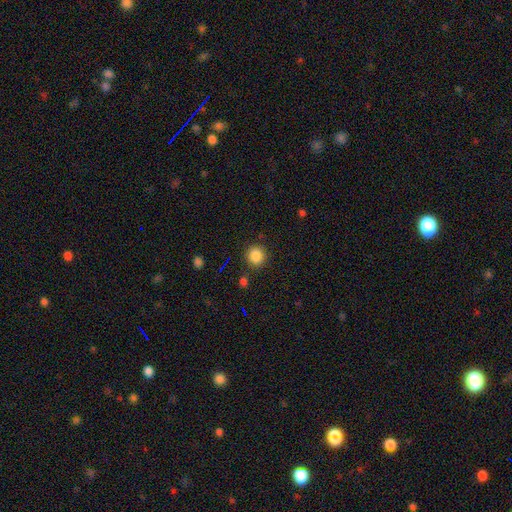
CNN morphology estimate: smooth_or_featured: smooth (p=0.85) [alt: star or artifact p=0.10]
how_rounded: round (p=0.91) [alt: in between p=0.08]
merging: none (p=0.87) [alt: minor disturbance p=0.07]